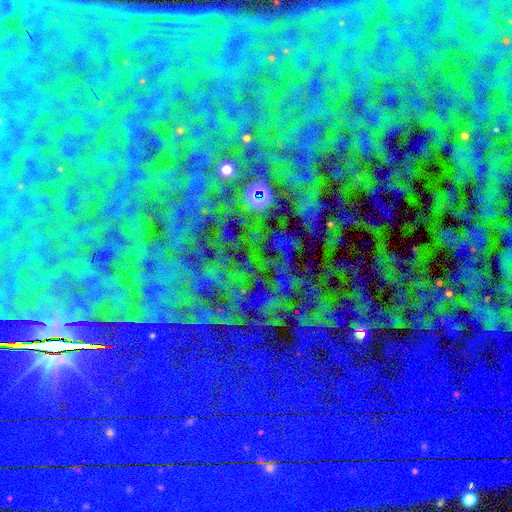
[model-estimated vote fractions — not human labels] A star or artifact, not a galaxy (81%).

Vote fractions:
- Smooth or featured? star or artifact: 81% / smooth: 10% / featured or disk: 8%